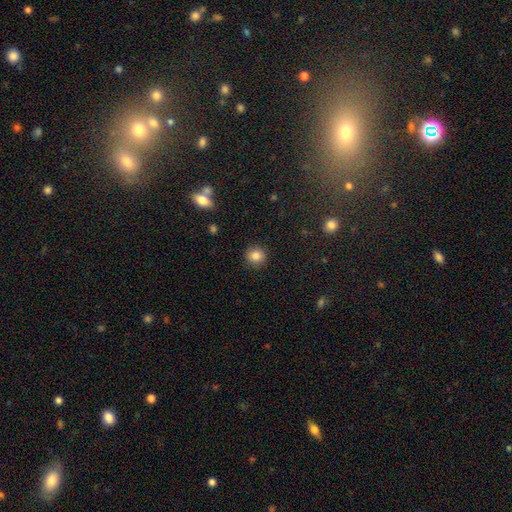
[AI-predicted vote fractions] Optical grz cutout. It shows a smooth galaxy with no disk features (85%) that is round (88%). Merging: none (90%).